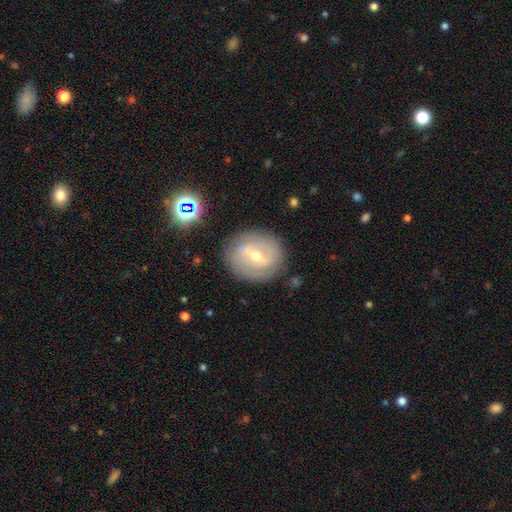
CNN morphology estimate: smooth_or_featured: featured or disk (p=0.72) [alt: smooth p=0.20]
disk_edge_on: no (p=0.95) [alt: yes p=0.05]
bar: weak (p=0.47) [alt: strong p=0.37]
has_spiral_arms: yes (p=0.69) [alt: no p=0.31]
bulge_size: moderate (p=0.56) [alt: small p=0.40]
merging: none (p=0.82) [alt: minor disturbance p=0.12]